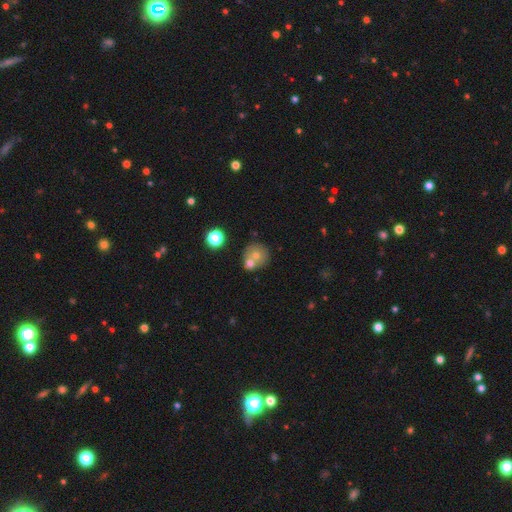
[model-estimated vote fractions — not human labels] smooth-or-featured: smooth: 64% | featured or disk: 23% | star or artifact: 13%
  how-rounded: round: 86% | in between: 13% | cigar-shaped: 1%
  merging: merger: 46% | none: 43% | minor disturbance: 8% | major disturbance: 3%